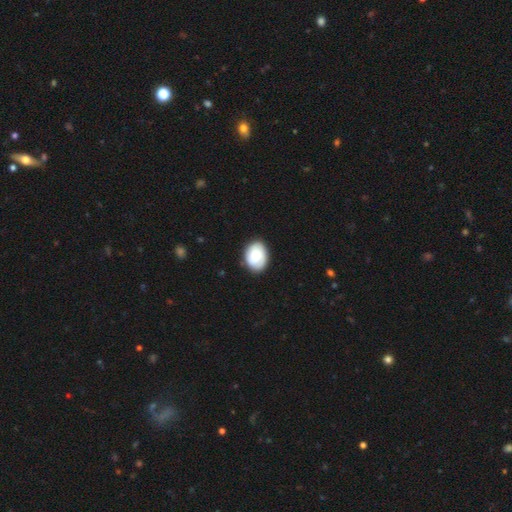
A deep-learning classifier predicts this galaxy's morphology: smooth 75%, featured or disk 18%, star or artifact 6%. Down the decision tree: how rounded — in between (69%); merging — none (82%).